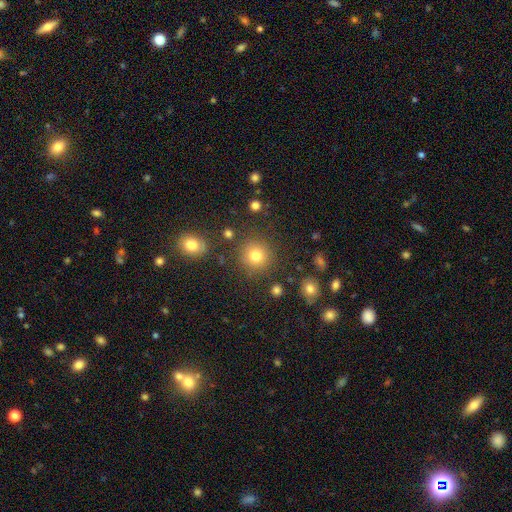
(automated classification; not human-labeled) Smooth or featured?
  - smooth: 80% *
  - star or artifact: 13%
  - featured or disk: 7%
How rounded?
  - round: 92% *
  - in between: 7%
  - cigar-shaped: 1%
Merging?
  - none: 86% *
  - minor disturbance: 8%
  - major disturbance: 3%
  - merger: 3%